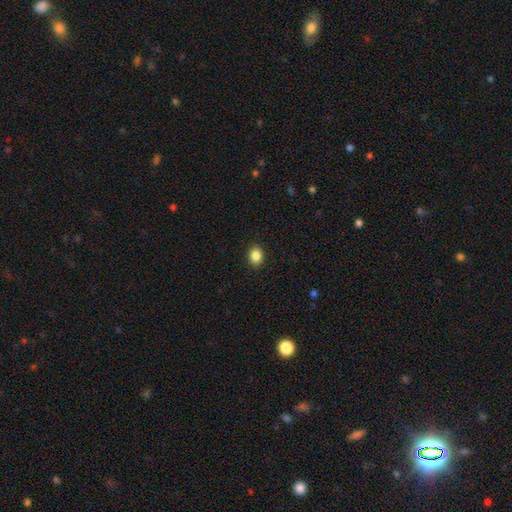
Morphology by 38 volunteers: This appears to be a smooth galaxy with no disk features (97%) that is in between round and cigar-shaped (57%). Merging: none (97%).